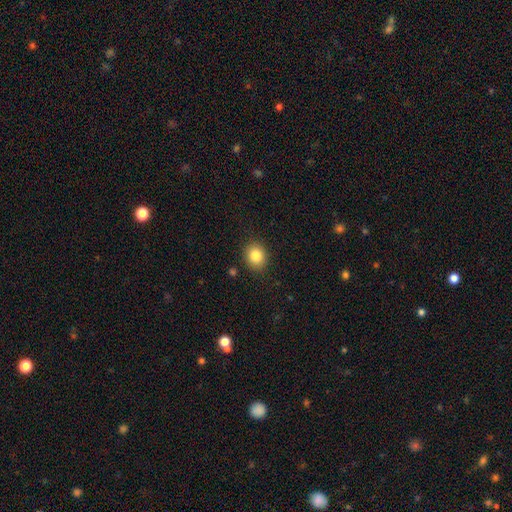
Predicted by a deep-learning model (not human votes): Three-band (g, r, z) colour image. It shows a smooth galaxy with no disk features (84%) that is round (67%). Merging: none (88%).